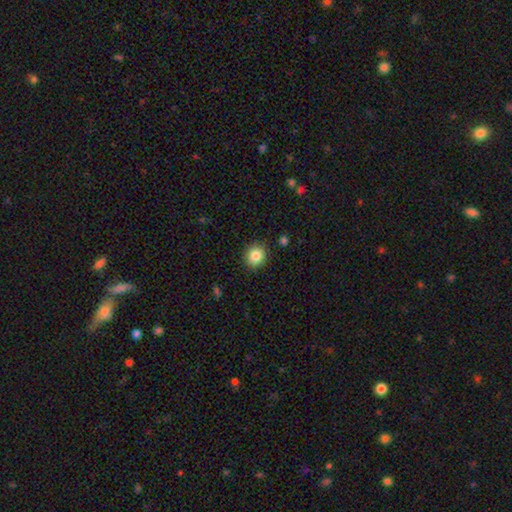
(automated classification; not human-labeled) This is clearly a smooth galaxy (86%). How rounded: likely round (80%). Merging: clearly none (88%).